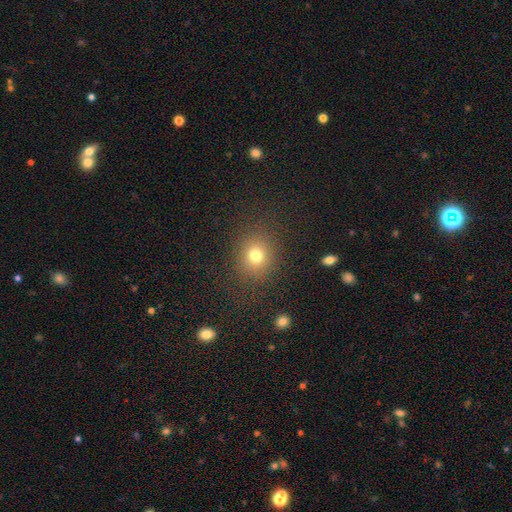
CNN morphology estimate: smooth-or-featured: smooth: 76% | star or artifact: 16% | featured or disk: 8%
  how-rounded: round: 74% | in between: 25% | cigar-shaped: 1%
  merging: none: 84% | minor disturbance: 9% | major disturbance: 5% | merger: 2%